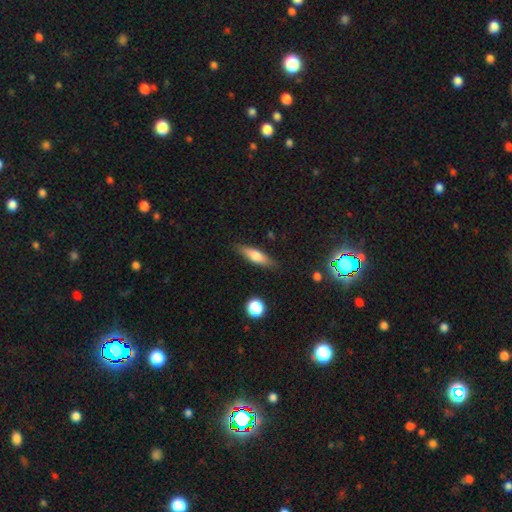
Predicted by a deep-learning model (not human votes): smooth_or_featured: smooth (p=0.65) [alt: featured or disk p=0.28]
how_rounded: cigar-shaped (p=0.58) [alt: in between p=0.39]
merging: none (p=0.84) [alt: minor disturbance p=0.12]